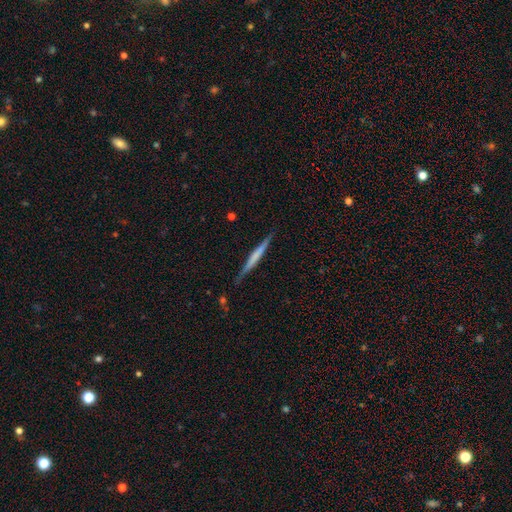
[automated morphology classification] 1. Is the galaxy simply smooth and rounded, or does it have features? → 51% featured or disk, 44% smooth, 5% star or artifact.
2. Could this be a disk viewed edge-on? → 97% yes, 3% no.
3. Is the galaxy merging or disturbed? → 86% none, 11% minor disturbance, 2% major disturbance, 1% merger.